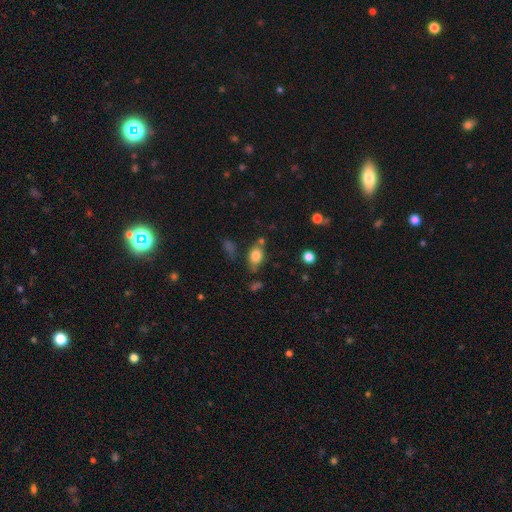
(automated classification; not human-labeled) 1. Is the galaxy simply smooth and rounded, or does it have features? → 80% smooth, 11% featured or disk, 10% star or artifact.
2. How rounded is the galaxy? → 77% in between, 20% round, 3% cigar-shaped.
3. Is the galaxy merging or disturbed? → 64% none, 21% minor disturbance, 9% merger, 7% major disturbance.